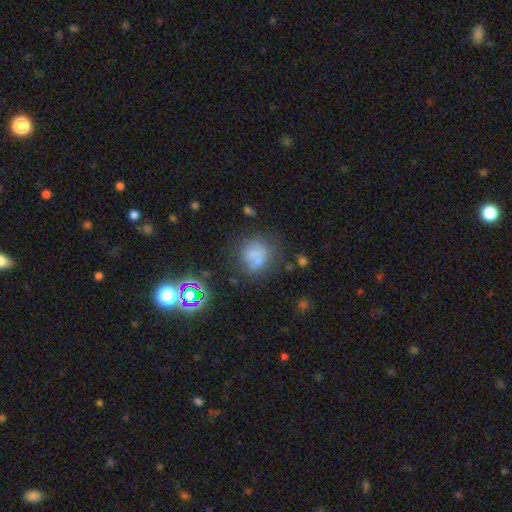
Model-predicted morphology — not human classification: The model was most divided on "merging": none: 52%, minor disturbance: 22%, major disturbance: 16%, merger: 11%. More confident: how rounded — round (76%); smooth or featured — smooth (59%).